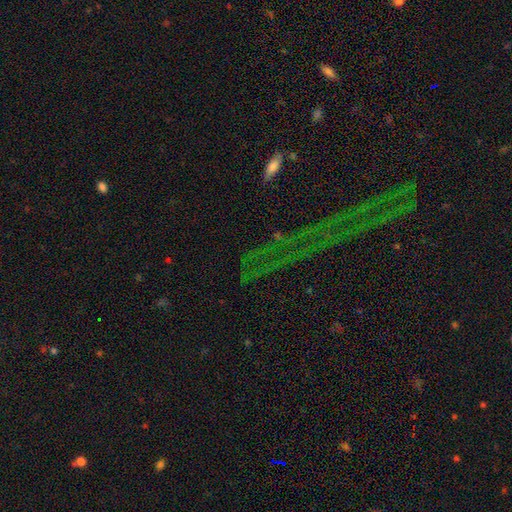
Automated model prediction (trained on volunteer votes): smooth-or-featured: star or artifact: 79% | smooth: 11% | featured or disk: 11%